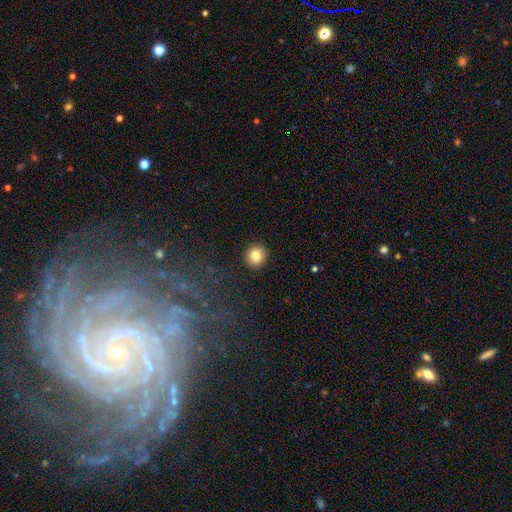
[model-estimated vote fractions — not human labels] Smooth or featured? smooth (83%)
How rounded? round (93%)
Merging? none (93%)